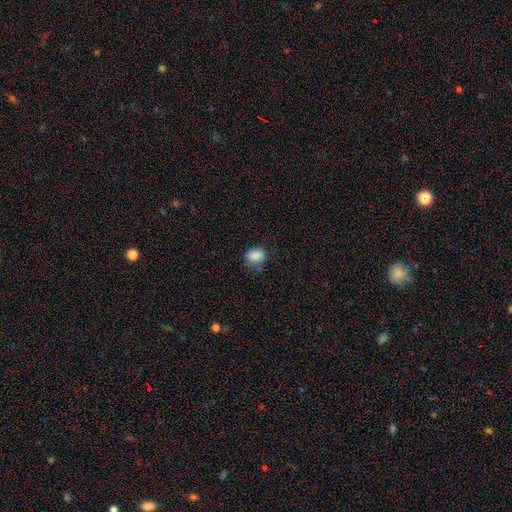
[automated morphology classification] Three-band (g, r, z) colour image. It shows a smooth galaxy with no disk features (87%) that is in between round and cigar-shaped (59%). Merging: none (69%).